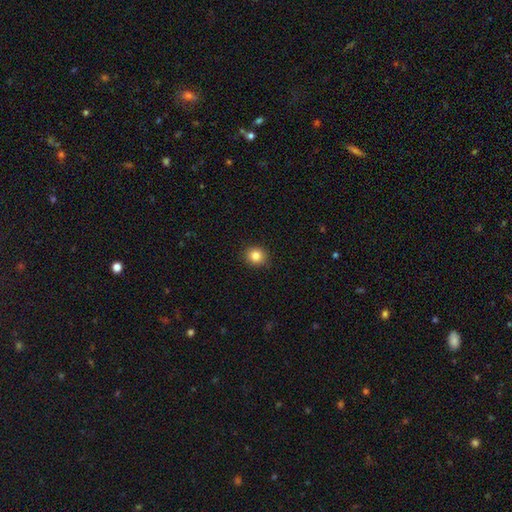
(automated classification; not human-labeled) Overall: smooth (84%). How rounded: round (82%). Merging: none (90%).